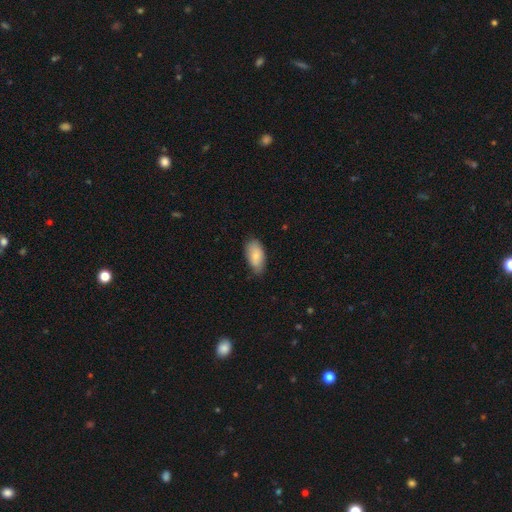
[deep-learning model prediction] Smooth or featured? smooth (79%)
How rounded? in between (93%)
Merging? none (69%)